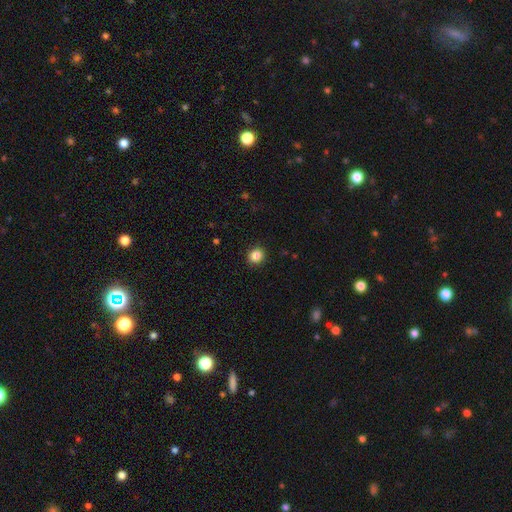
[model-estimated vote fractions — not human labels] smooth-or-featured: smooth: 87% | star or artifact: 10% | featured or disk: 4%
  how-rounded: round: 74% | in between: 25% | cigar-shaped: 1%
  merging: none: 91% | minor disturbance: 6% | major disturbance: 2% | merger: 1%